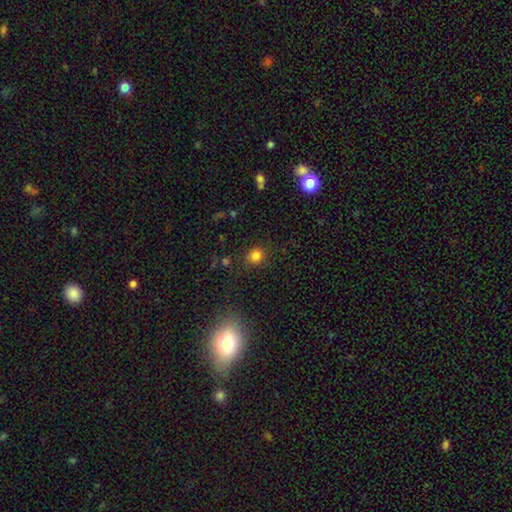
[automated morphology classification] smooth_or_featured: smooth (p=0.82) [alt: star or artifact p=0.14]
how_rounded: round (p=0.85) [alt: in between p=0.14]
merging: none (p=0.86) [alt: minor disturbance p=0.08]